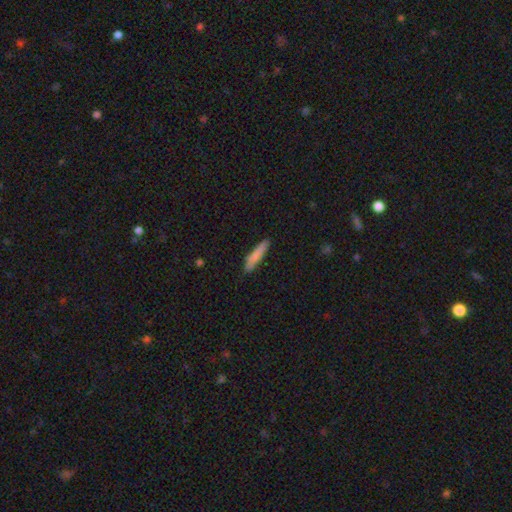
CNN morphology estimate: smooth 80%, featured or disk 14%, star or artifact 6%. Down the decision tree: how rounded — cigar-shaped (88%); merging — none (82%).